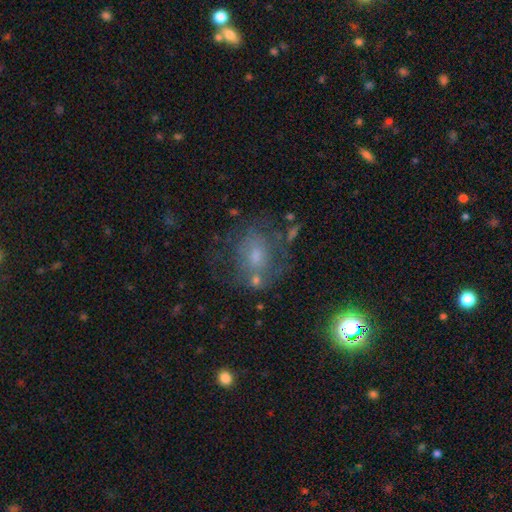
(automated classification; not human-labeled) Morphology: type=featured or disk (47%); merging=none (57%).